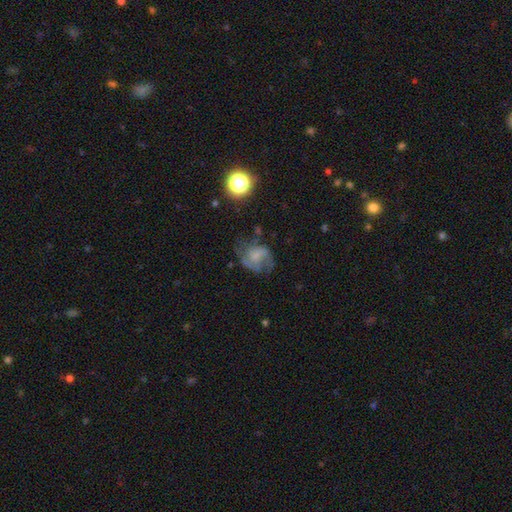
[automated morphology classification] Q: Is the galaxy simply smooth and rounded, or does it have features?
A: featured or disk — 55%.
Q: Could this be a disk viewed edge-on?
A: no — 98%.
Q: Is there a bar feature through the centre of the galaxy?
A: no — 62%.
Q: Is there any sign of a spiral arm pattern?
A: yes — 75%.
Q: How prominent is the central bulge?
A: none — 37%.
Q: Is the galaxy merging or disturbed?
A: none — 47%.